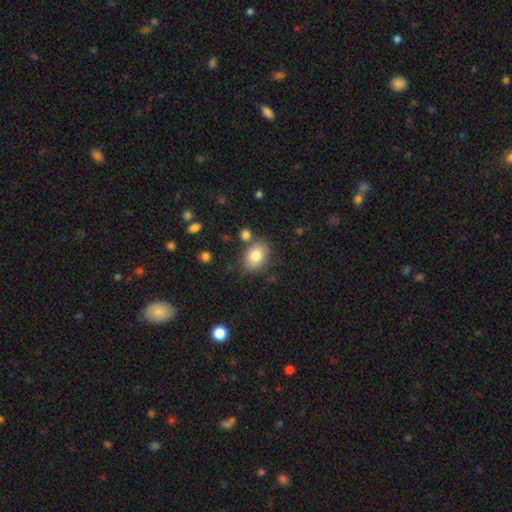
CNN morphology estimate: type=smooth (81%); roundness=in between (68%); merging=none (74%).